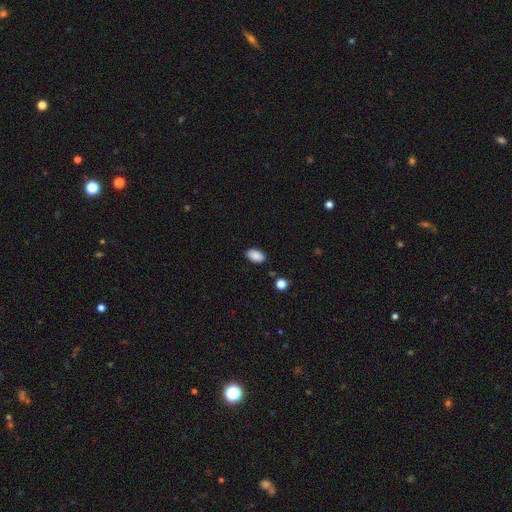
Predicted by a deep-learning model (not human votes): Q: Smooth or featured?
A: smooth (88%); runner-up: star or artifact (8%)
Q: How rounded?
A: in between (91%); runner-up: round (7%)
Q: Merging?
A: none (86%); runner-up: minor disturbance (10%)